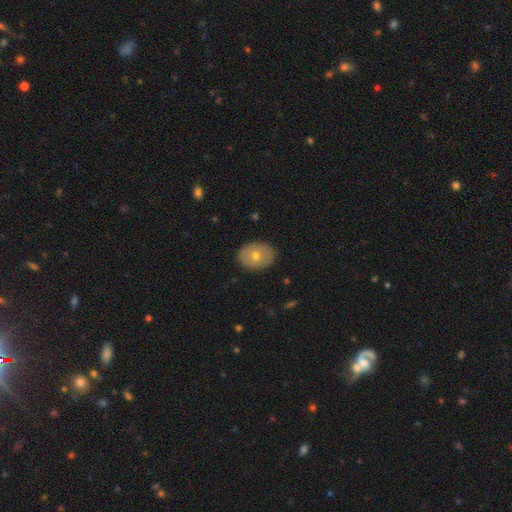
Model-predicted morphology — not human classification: This appears to be a smooth galaxy with no disk features (60%) that is in between round and cigar-shaped (63%). Merging: none (88%).